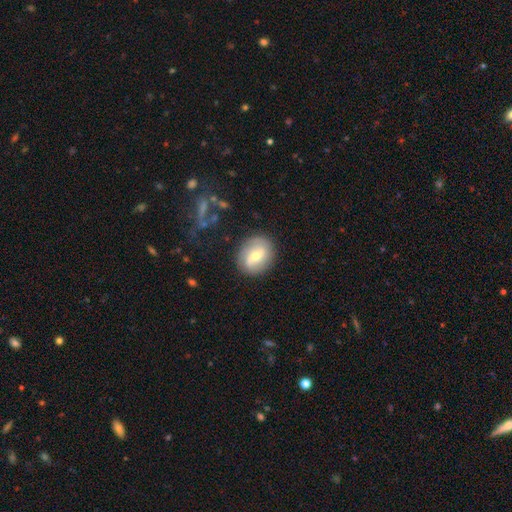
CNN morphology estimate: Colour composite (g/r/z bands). It shows a featured or disk galaxy (47%). Merging: none (81%).